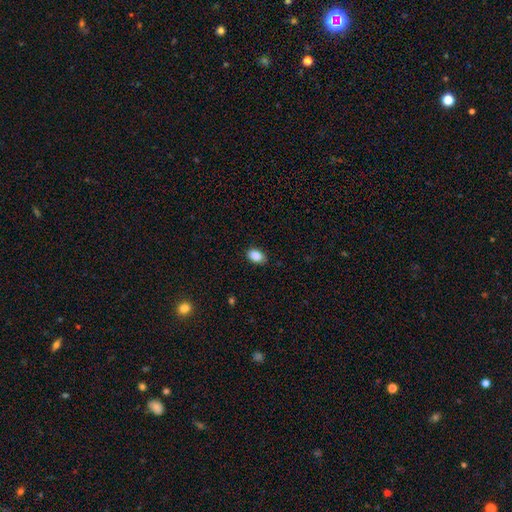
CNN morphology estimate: Smooth or featured: smooth — 88% (star or artifact — 8%)
How rounded: in between — 87% (round — 11%)
Merging: none — 87% (minor disturbance — 10%)